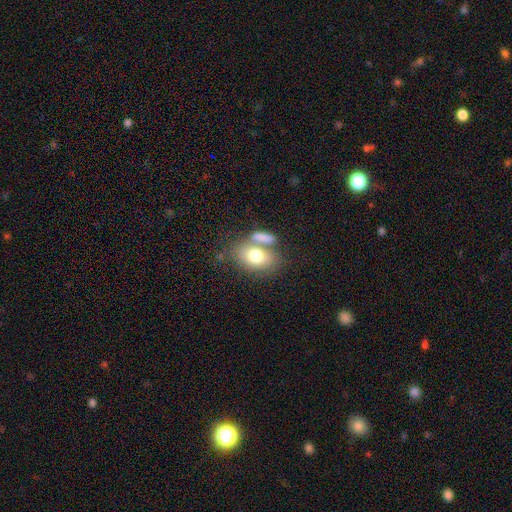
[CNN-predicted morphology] Q: Smooth or featured?
A: smooth (73%); runner-up: featured or disk (19%)
Q: How rounded?
A: in between (80%); runner-up: round (18%)
Q: Merging?
A: none (43%); runner-up: merger (36%)